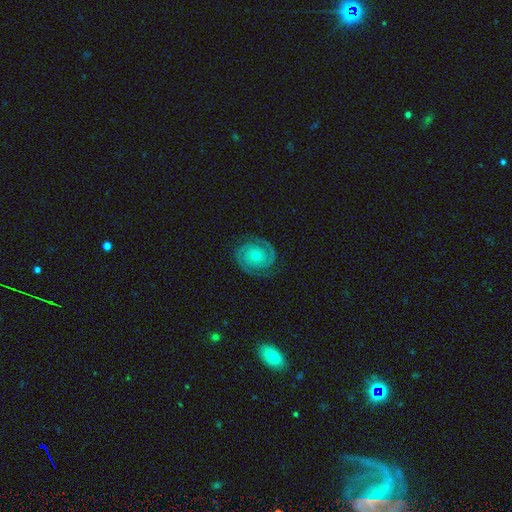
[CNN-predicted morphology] Q: Smooth or featured?
A: featured or disk (89%); runner-up: smooth (6%)
Q: Edge-on disk?
A: no (98%); runner-up: yes (2%)
Q: Bar?
A: no (79%); runner-up: weak (16%)
Q: Spiral arms?
A: yes (98%); runner-up: no (2%)
Q: Spiral winding?
A: tight (73%); runner-up: medium (23%)
Q: Spiral arm count?
A: 2 (92%); runner-up: 3 (2%)
Q: Bulge size?
A: small (60%); runner-up: moderate (36%)
Q: Merging?
A: none (86%); runner-up: minor disturbance (10%)